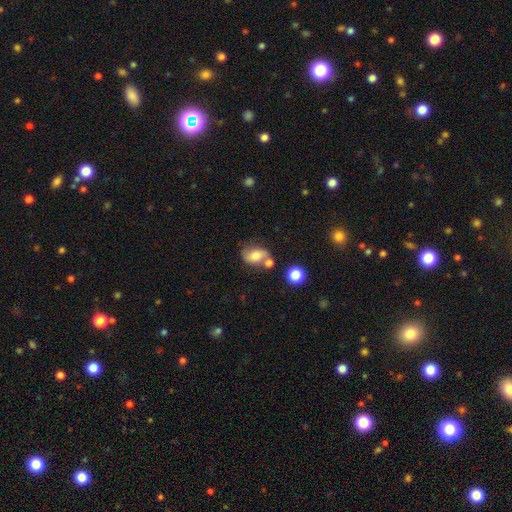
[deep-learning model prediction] This is possibly a smooth galaxy (58%). How rounded: likely in between (70%). Merging: possibly none (46%).